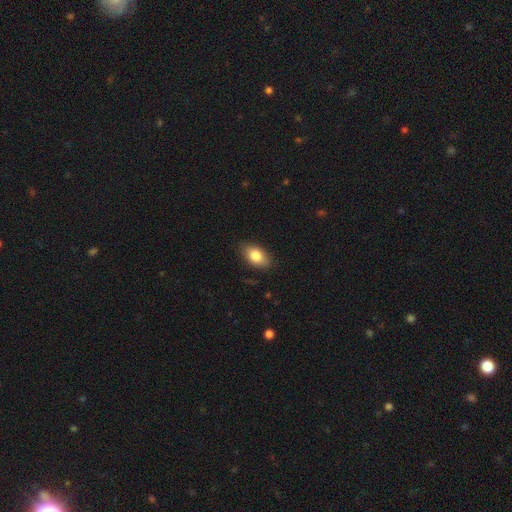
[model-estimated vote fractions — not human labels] Overall: smooth (82%). How rounded: in between (90%). Merging: none (84%).